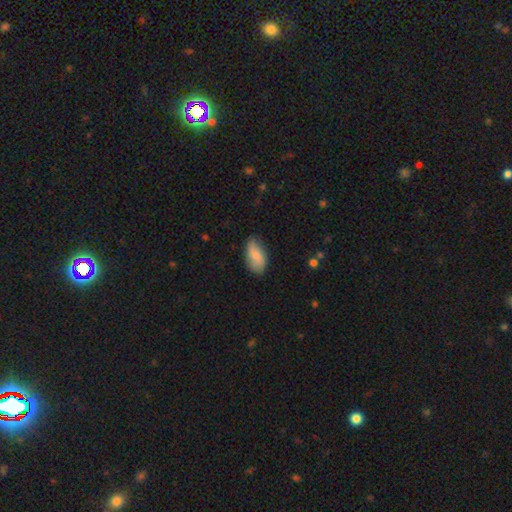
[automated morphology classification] This is clearly a smooth galaxy (81%). How rounded: clearly in between (93%). Merging: likely none (69%).